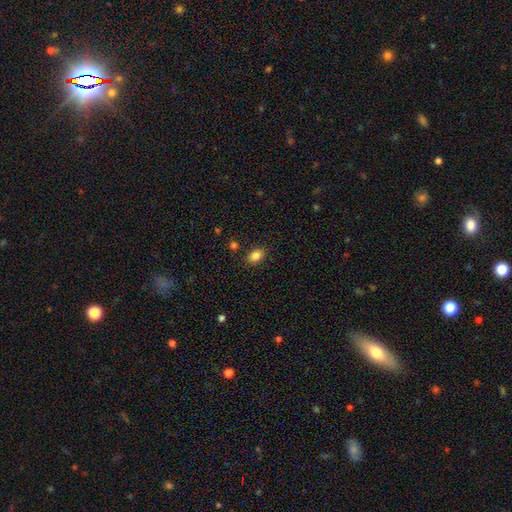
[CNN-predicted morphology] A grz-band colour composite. It shows a smooth galaxy with no disk features (84%) that is in between round and cigar-shaped (79%). Merging: none (84%).